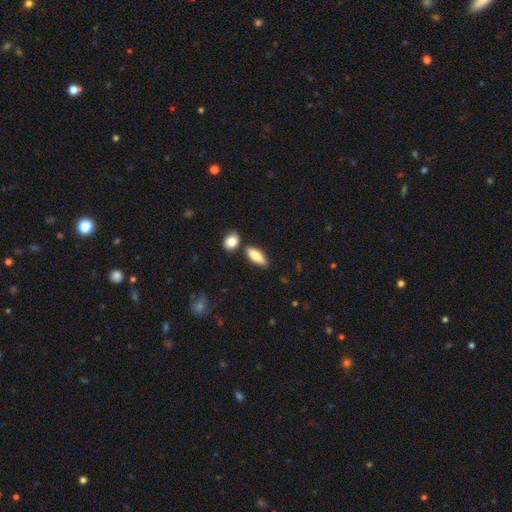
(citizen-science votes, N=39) smooth_or_featured: smooth (p=0.82) [alt: featured or disk p=0.13]
how_rounded: in between (p=0.62) [alt: cigar-shaped p=0.38]
merging: none (p=0.65) [alt: minor disturbance p=0.19]